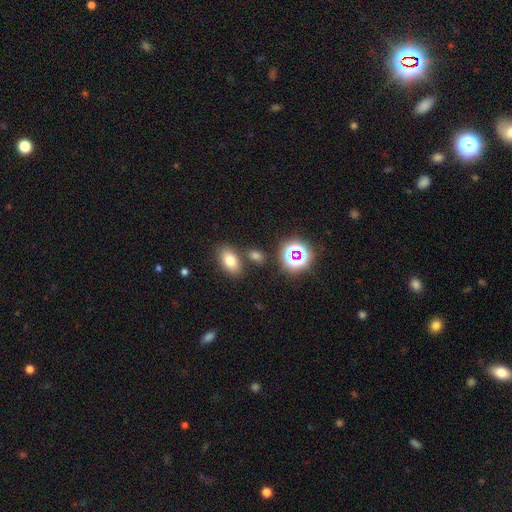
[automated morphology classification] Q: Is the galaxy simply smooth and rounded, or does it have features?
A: smooth — 71%.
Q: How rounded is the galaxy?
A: in between — 79%.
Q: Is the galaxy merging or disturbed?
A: none — 75%.